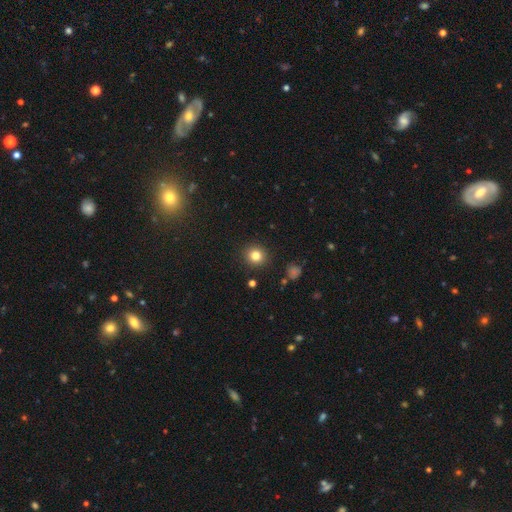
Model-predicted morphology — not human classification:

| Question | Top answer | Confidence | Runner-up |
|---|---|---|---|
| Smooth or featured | smooth | 81% | star or artifact (13%) |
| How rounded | round | 90% | in between (9%) |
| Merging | none | 91% | minor disturbance (6%) |